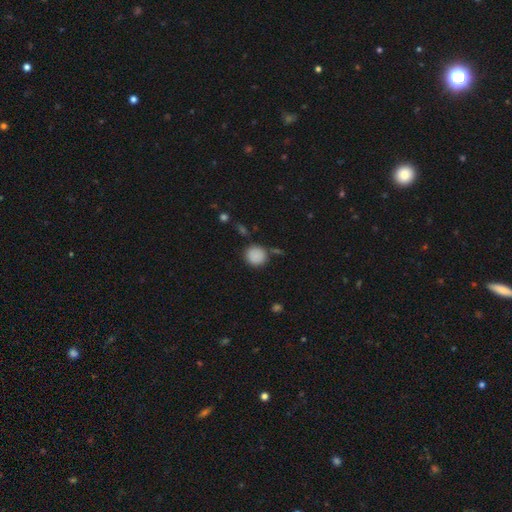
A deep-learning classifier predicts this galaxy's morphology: A smooth galaxy with no disk features (87%) that is round (89%). Merging: none (76%).